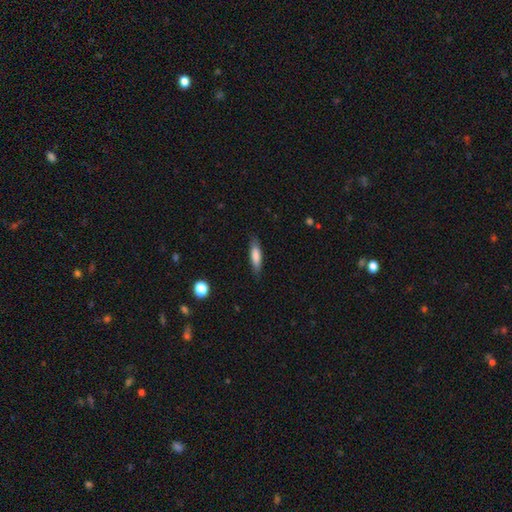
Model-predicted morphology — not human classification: Smooth or featured? smooth (77%)
How rounded? cigar-shaped (64%)
Merging? none (82%)